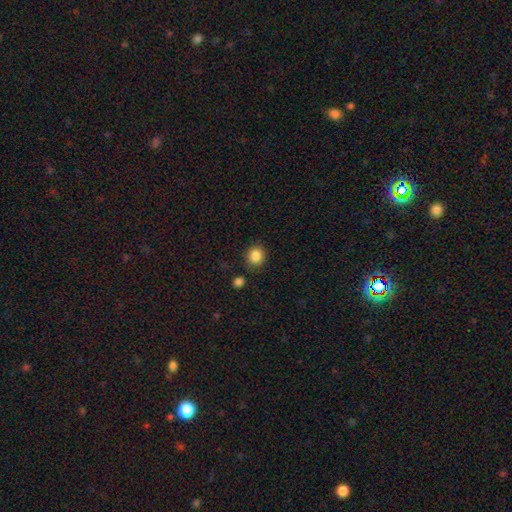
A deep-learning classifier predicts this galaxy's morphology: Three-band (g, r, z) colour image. It shows a smooth galaxy with no disk features (87%) that is round (81%). Merging: none (83%).